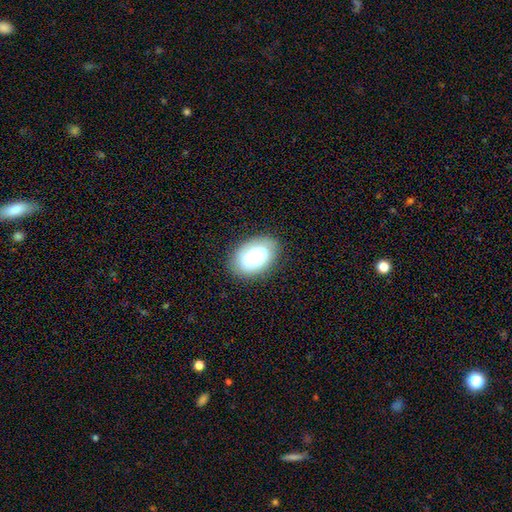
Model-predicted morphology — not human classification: Smooth or featured: smooth — 71% (featured or disk — 21%)
How rounded: in between — 89% (round — 10%)
Merging: none — 82% (minor disturbance — 13%)